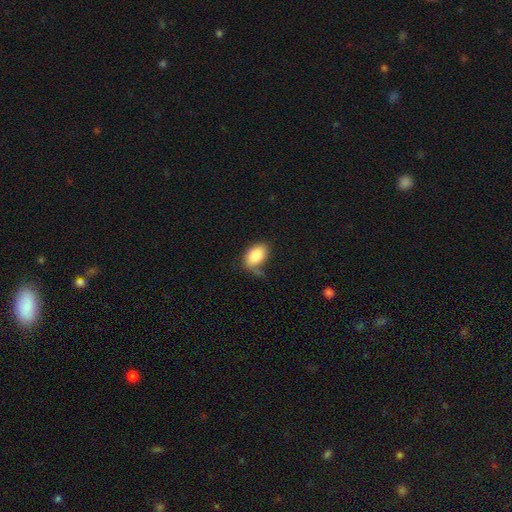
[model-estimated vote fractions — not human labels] Q: Smooth or featured?
A: smooth (87%); runner-up: featured or disk (7%)
Q: How rounded?
A: in between (90%); runner-up: round (8%)
Q: Merging?
A: none (50%); runner-up: minor disturbance (30%)